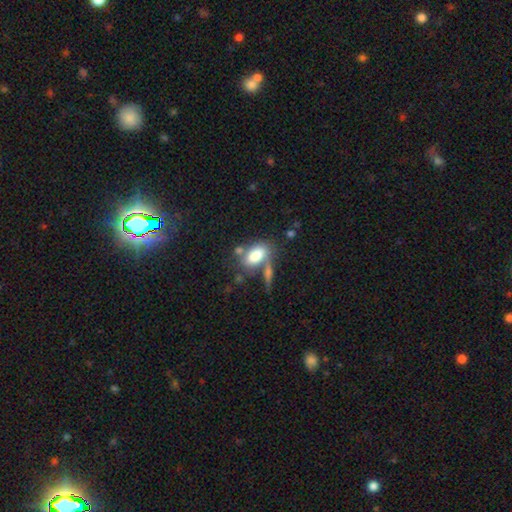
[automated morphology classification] Smooth or featured? Predicted: smooth (p=0.78). How rounded? Predicted: in between (p=0.88). Merging? Predicted: none (p=0.49).